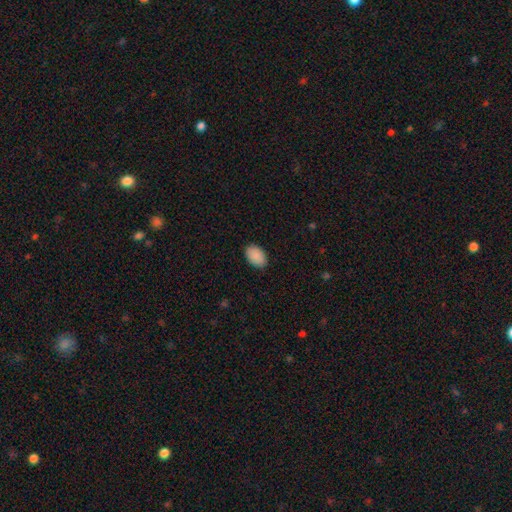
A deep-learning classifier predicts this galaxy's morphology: Q: Smooth or featured?
A: smooth (91%); runner-up: star or artifact (7%)
Q: How rounded?
A: in between (90%); runner-up: round (9%)
Q: Merging?
A: none (88%); runner-up: minor disturbance (9%)